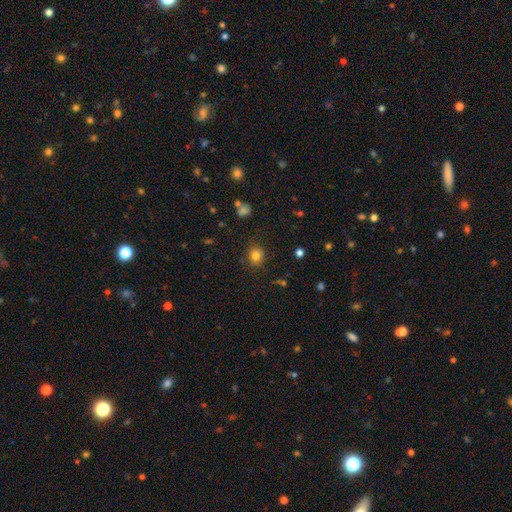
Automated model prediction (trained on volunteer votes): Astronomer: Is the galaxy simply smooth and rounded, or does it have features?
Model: smooth — 80%.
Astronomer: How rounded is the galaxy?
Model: round — 78%.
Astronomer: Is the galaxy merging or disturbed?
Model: none — 82%.